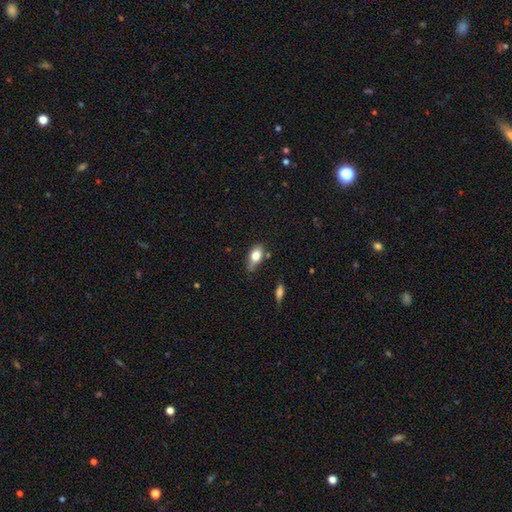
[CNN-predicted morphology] smooth 76%, featured or disk 16%, star or artifact 8%. Down the decision tree: how rounded — in between (85%); merging — none (59%).